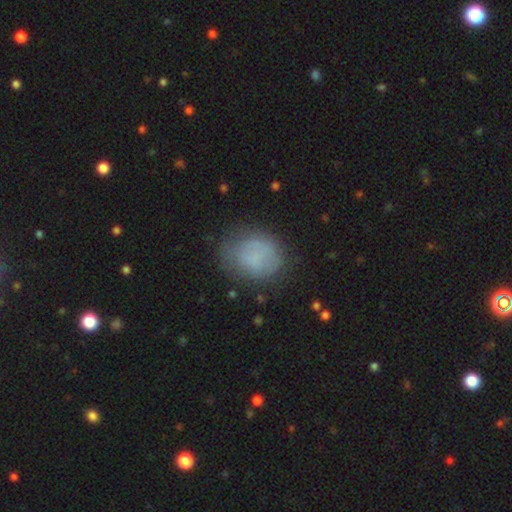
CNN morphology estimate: Smooth or featured?
  - smooth: 73% *
  - featured or disk: 18%
  - star or artifact: 9%
How rounded?
  - round: 64% *
  - in between: 35%
  - cigar-shaped: 1%
Merging?
  - none: 66% *
  - minor disturbance: 23%
  - major disturbance: 9%
  - merger: 2%